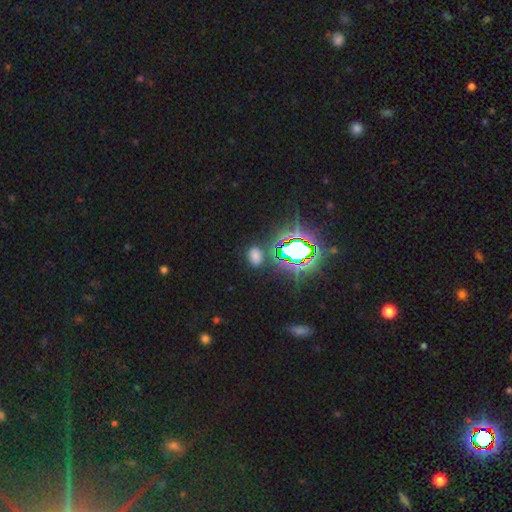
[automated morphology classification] smooth-or-featured: smooth: 54% | star or artifact: 37% | featured or disk: 9%
  how-rounded: in between: 79% | round: 19% | cigar-shaped: 2%
  merging: none: 80% | minor disturbance: 12% | major disturbance: 4% | merger: 4%